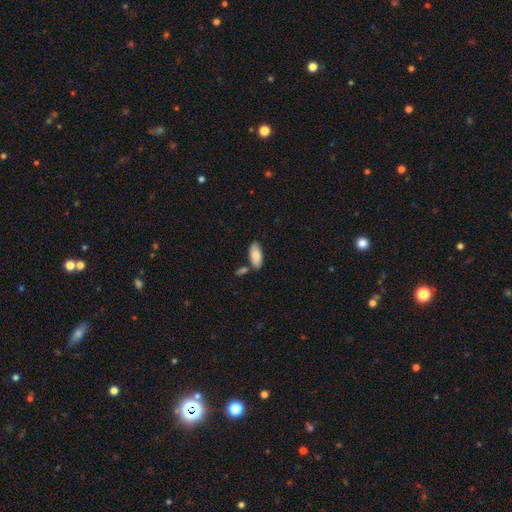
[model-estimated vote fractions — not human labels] smooth 83%, featured or disk 11%, star or artifact 6%. Down the decision tree: how rounded — in between (89%); merging — none (73%).